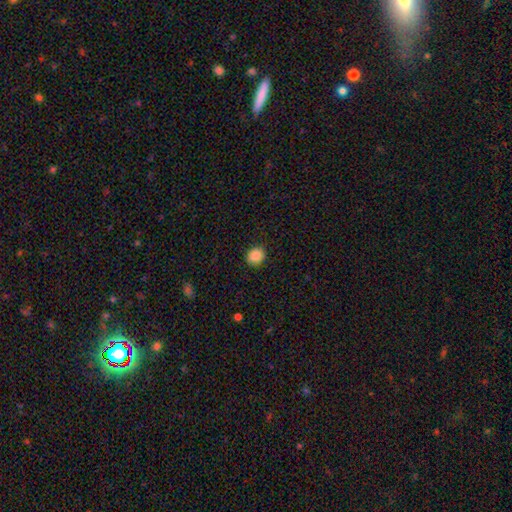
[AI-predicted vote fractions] smooth 88%, star or artifact 9%, featured or disk 3%. Down the decision tree: how rounded — round (77%); merging — none (89%).